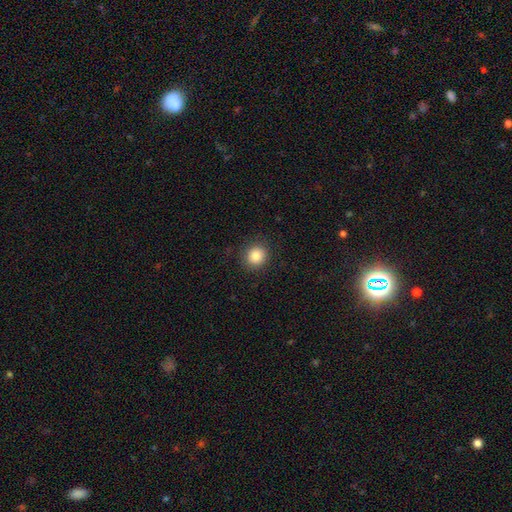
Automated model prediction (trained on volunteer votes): Overall: smooth (86%). How rounded: round (89%). Merging: none (89%).